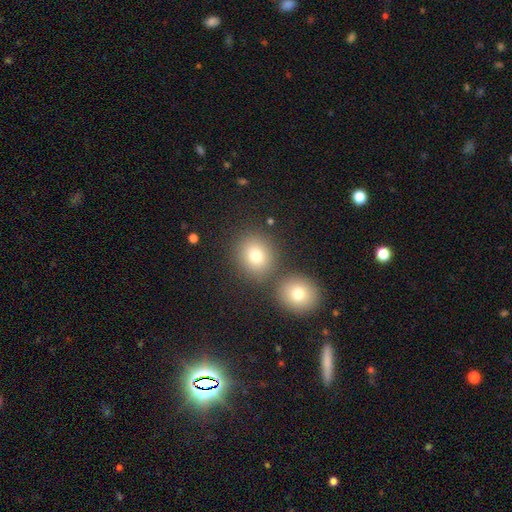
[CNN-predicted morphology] smooth-or-featured: smooth: 78% | star or artifact: 13% | featured or disk: 9%
  how-rounded: round: 79% | in between: 20% | cigar-shaped: 1%
  merging: none: 72% | merger: 17% | minor disturbance: 8% | major disturbance: 3%